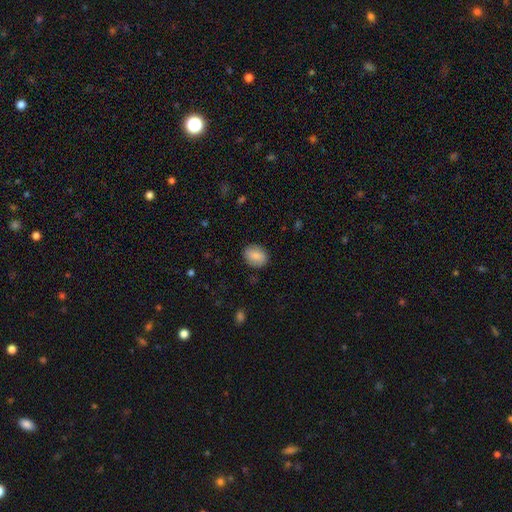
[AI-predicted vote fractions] Smooth or featured: smooth — 84% (featured or disk — 9%)
How rounded: in between — 61% (round — 38%)
Merging: none — 86% (minor disturbance — 10%)